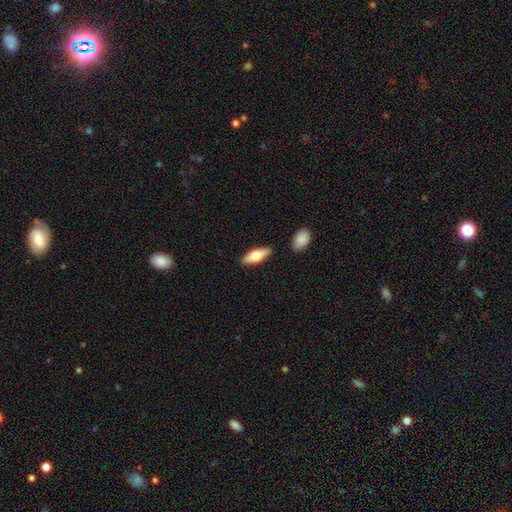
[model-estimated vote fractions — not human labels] A smooth galaxy with no disk features (63%) that is in between round and cigar-shaped (64%). Merging: none (86%).